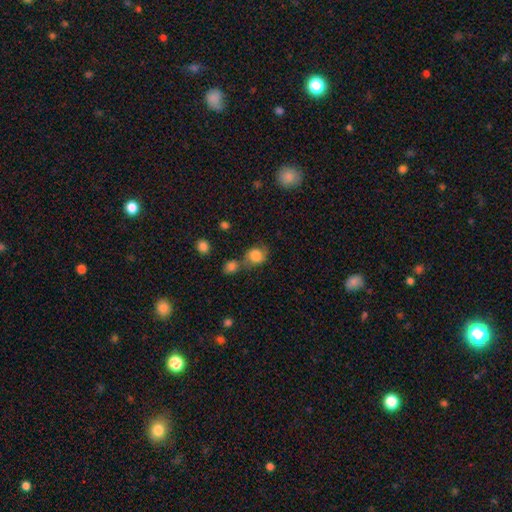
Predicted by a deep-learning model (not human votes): Q: Smooth or featured?
A: smooth (81%); runner-up: featured or disk (10%)
Q: How rounded?
A: round (72%); runner-up: in between (27%)
Q: Merging?
A: none (49%); runner-up: merger (26%)